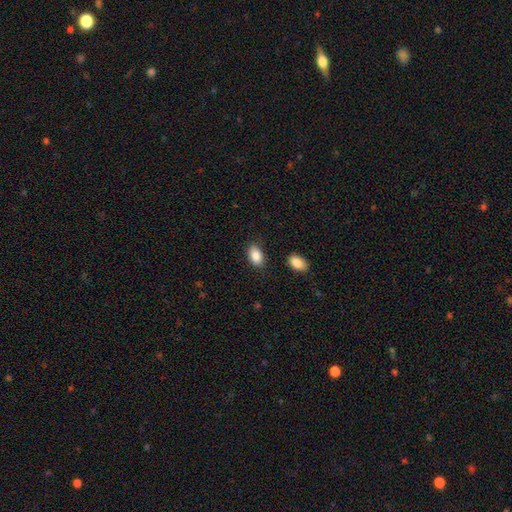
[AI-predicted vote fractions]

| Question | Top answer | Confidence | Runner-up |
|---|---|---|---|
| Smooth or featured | smooth | 88% | star or artifact (7%) |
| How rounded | in between | 91% | round (7%) |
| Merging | none | 84% | minor disturbance (10%) |